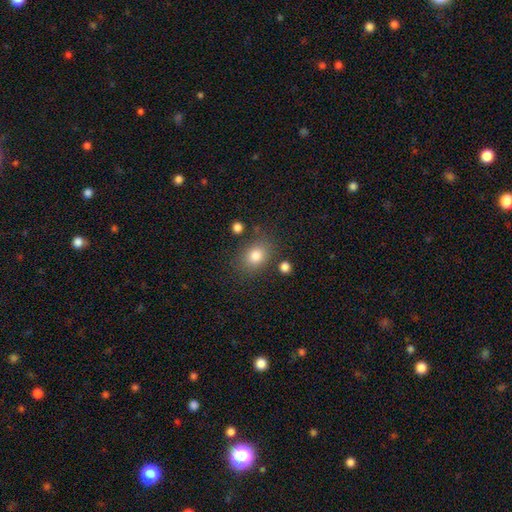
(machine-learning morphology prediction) type=smooth (82%); roundness=in between (57%); merging=none (76%).